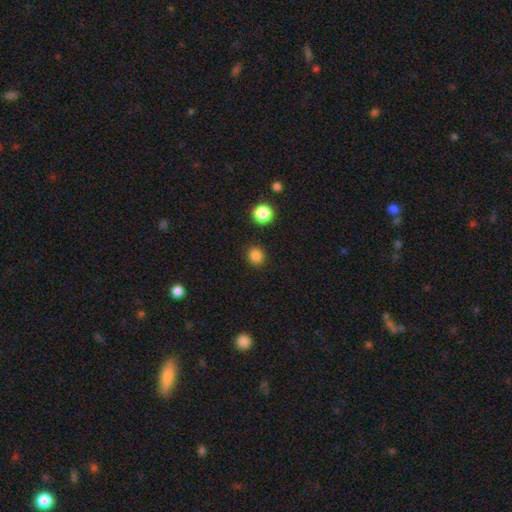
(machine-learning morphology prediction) Overall: smooth (83%). How rounded: round (83%). Merging: none (89%).